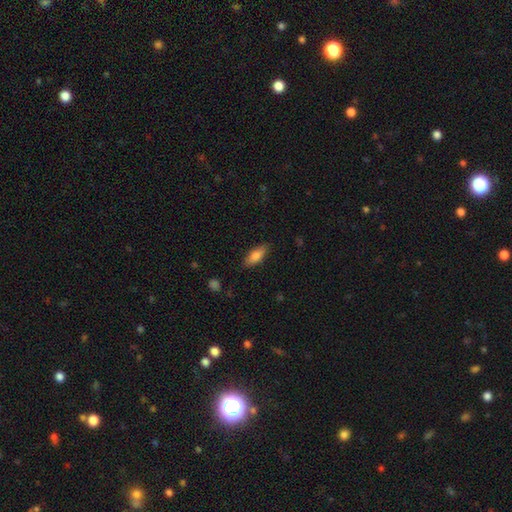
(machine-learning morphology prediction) Smooth or featured? smooth (78%)
How rounded? in between (67%)
Merging? none (83%)